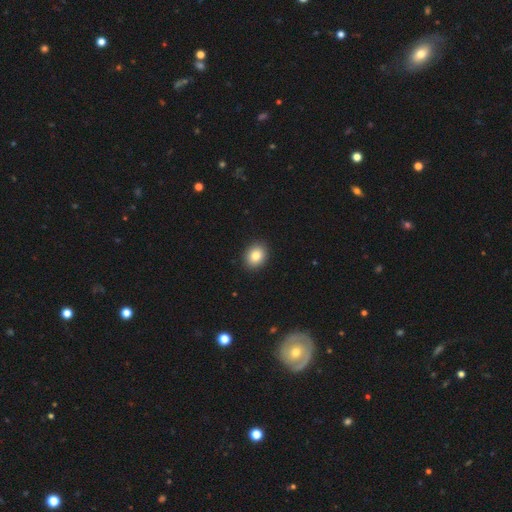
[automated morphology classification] The model was most divided on "how rounded": in between: 51%, round: 48%, cigar-shaped: 1%. More confident: merging — none (91%); smooth or featured — smooth (83%).